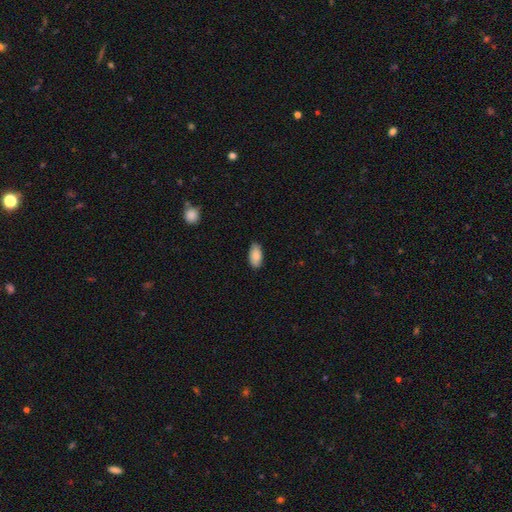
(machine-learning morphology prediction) smooth_or_featured: smooth (p=0.87) [alt: featured or disk p=0.07]
how_rounded: in between (p=0.94) [alt: cigar-shaped p=0.04]
merging: none (p=0.84) [alt: minor disturbance p=0.13]